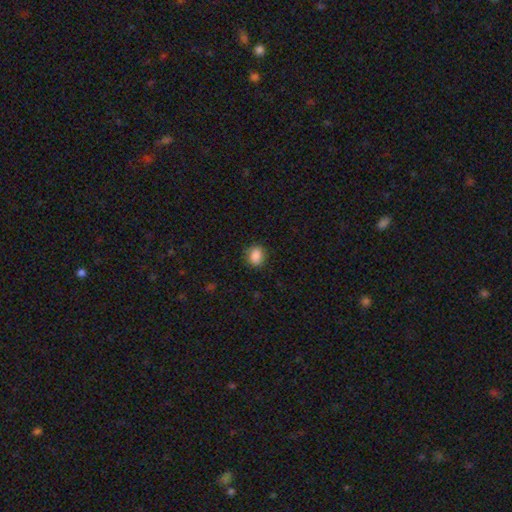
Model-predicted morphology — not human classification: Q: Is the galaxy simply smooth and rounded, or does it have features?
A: smooth — 86%.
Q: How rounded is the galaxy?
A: round — 59%.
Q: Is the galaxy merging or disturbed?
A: none — 85%.